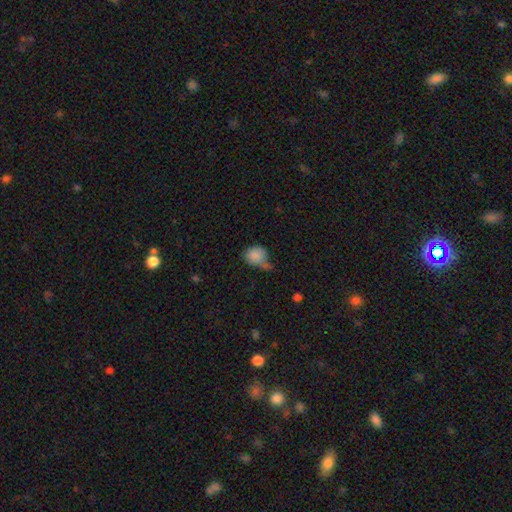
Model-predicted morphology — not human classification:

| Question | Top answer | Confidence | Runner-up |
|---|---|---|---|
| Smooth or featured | smooth | 83% | star or artifact (9%) |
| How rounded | round | 62% | in between (37%) |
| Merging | none | 37% | minor disturbance (30%) |